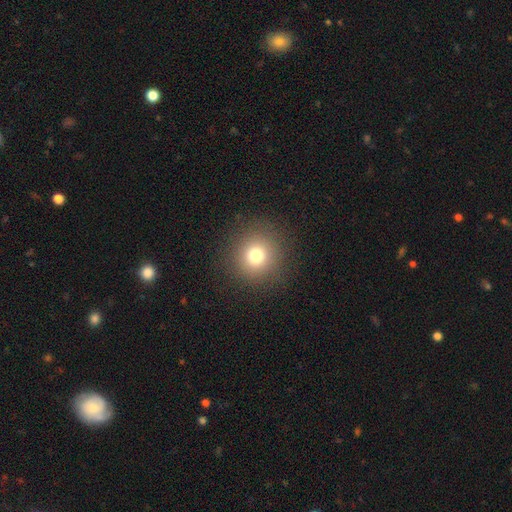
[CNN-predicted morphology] Overall: smooth (76%). How rounded: round (93%). Merging: none (90%).